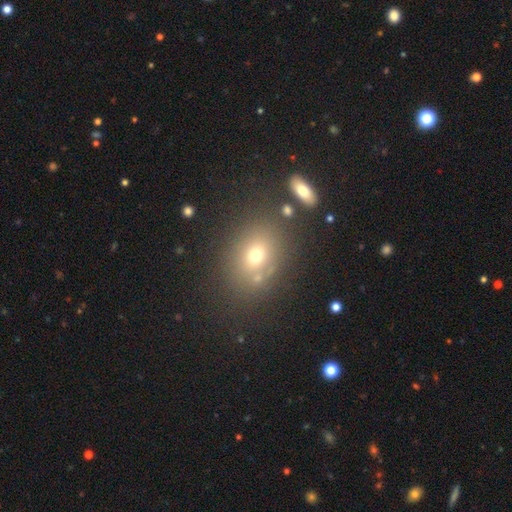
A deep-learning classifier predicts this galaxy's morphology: smooth 67%, star or artifact 19%, featured or disk 14%. Down the decision tree: how rounded — in between (52%); merging — none (75%).